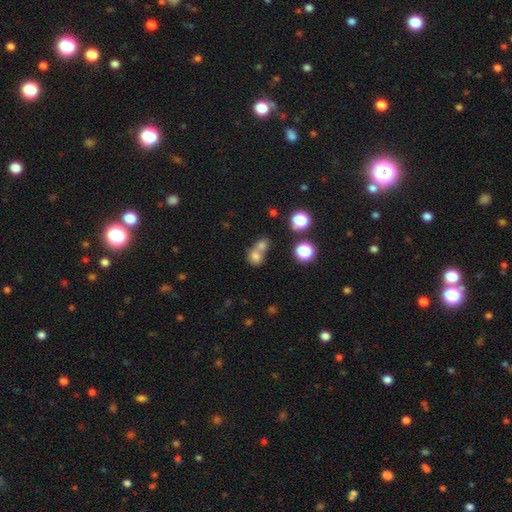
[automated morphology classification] smooth 73%, star or artifact 15%, featured or disk 13%. Down the decision tree: how rounded — round (67%); merging — merger (63%).